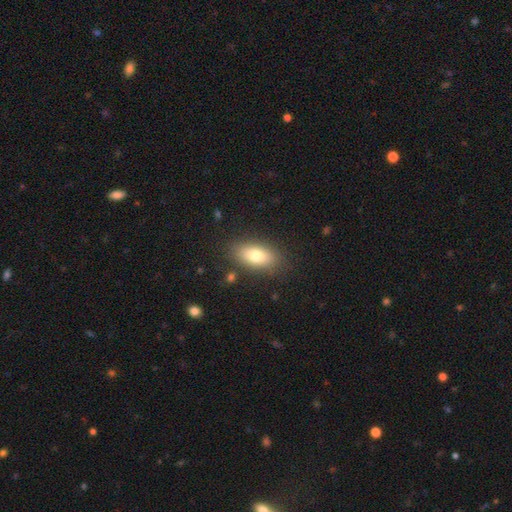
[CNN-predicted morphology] smooth-or-featured: smooth: 76% | featured or disk: 16% | star or artifact: 8%
  how-rounded: in between: 86% | cigar-shaped: 9% | round: 5%
  merging: none: 84% | minor disturbance: 11% | major disturbance: 3% | merger: 2%